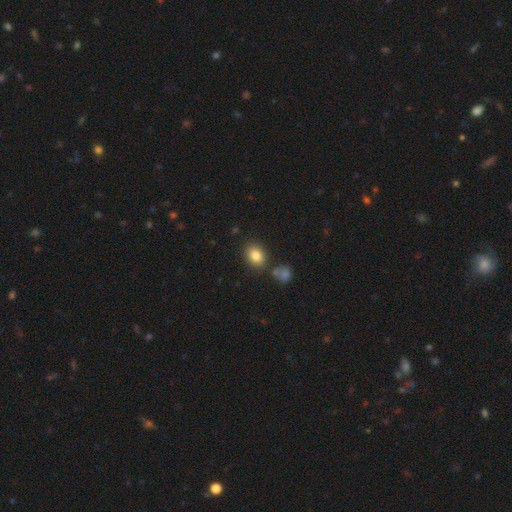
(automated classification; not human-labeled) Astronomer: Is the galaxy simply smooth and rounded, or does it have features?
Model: smooth — 83%.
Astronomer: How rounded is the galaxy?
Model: in between — 64%.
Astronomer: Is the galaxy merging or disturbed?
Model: none — 78%.